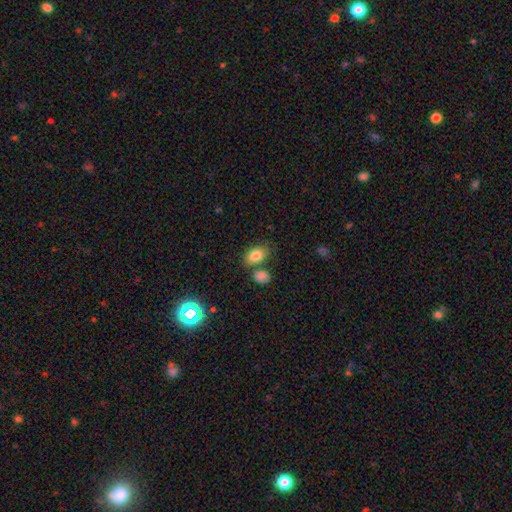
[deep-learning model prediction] Morphology: type=smooth (82%); roundness=in between (84%); merging=none (69%).